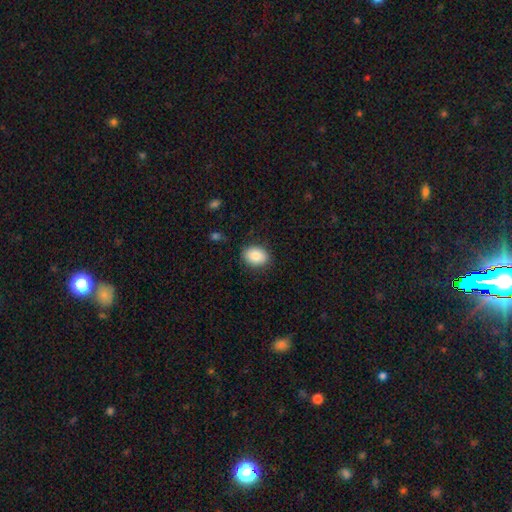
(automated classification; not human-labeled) Overall: smooth (86%). How rounded: in between (66%; round 33%). Merging: none (84%).